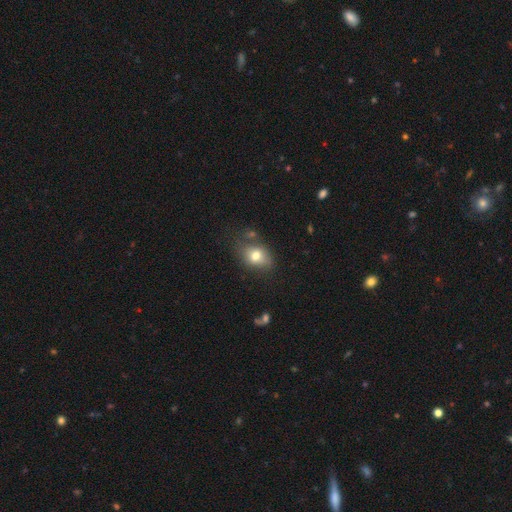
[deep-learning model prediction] Smooth or featured? Predicted: smooth (p=0.73). How rounded? Predicted: in between (p=0.70). Merging? Predicted: none (p=0.61).